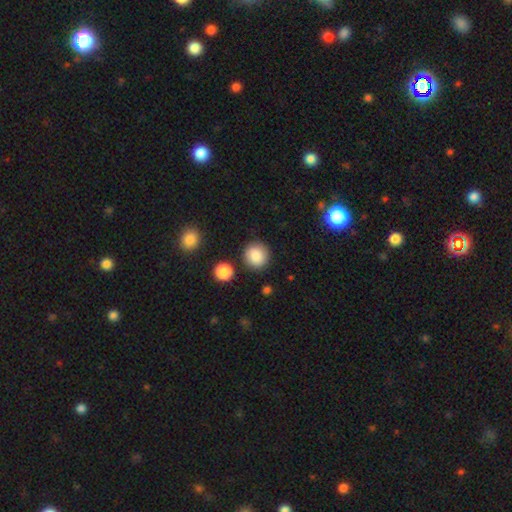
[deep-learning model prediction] Overall: smooth (87%). How rounded: round (91%). Merging: none (86%).